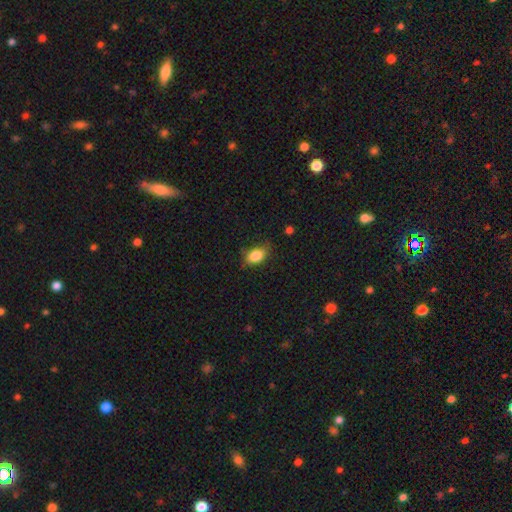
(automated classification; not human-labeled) smooth-or-featured: smooth: 84% | star or artifact: 9% | featured or disk: 8%
  how-rounded: in between: 81% | round: 17% | cigar-shaped: 2%
  merging: none: 69% | minor disturbance: 24% | major disturbance: 5% | merger: 1%